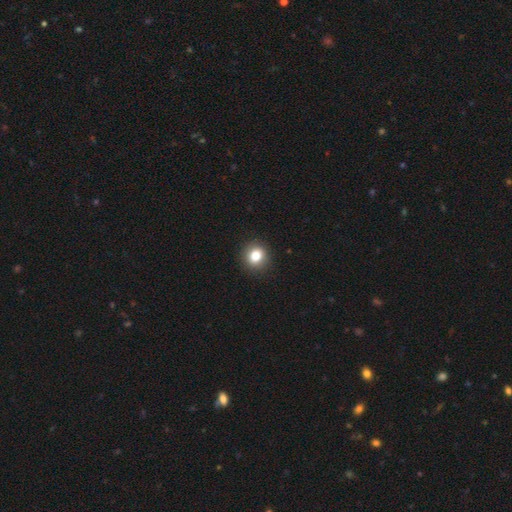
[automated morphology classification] type=smooth (81%); roundness=round (79%); merging=none (91%).